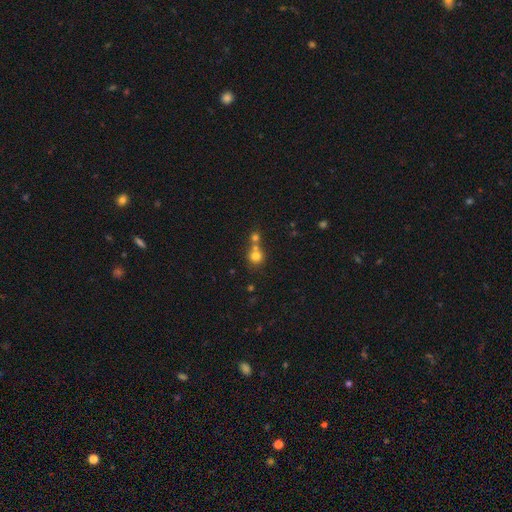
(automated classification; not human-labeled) A smooth galaxy with no disk features (75%) that is round (88%). Merging: none (45%, tied with merger).